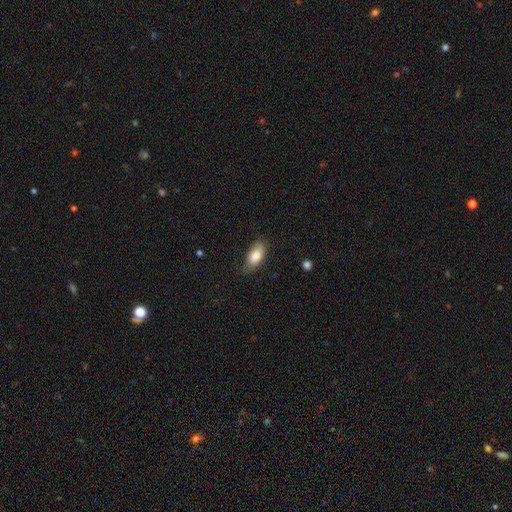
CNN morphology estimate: Smooth or featured? smooth (84%)
How rounded? in between (90%)
Merging? none (68%)